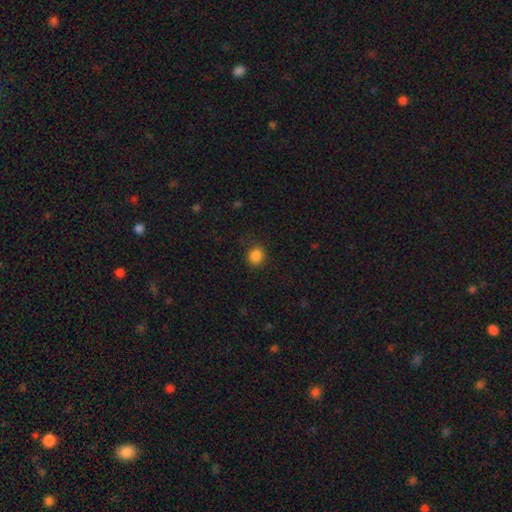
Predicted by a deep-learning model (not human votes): smooth 86%, star or artifact 11%, featured or disk 3%. Down the decision tree: how rounded — round (83%); merging — none (87%).